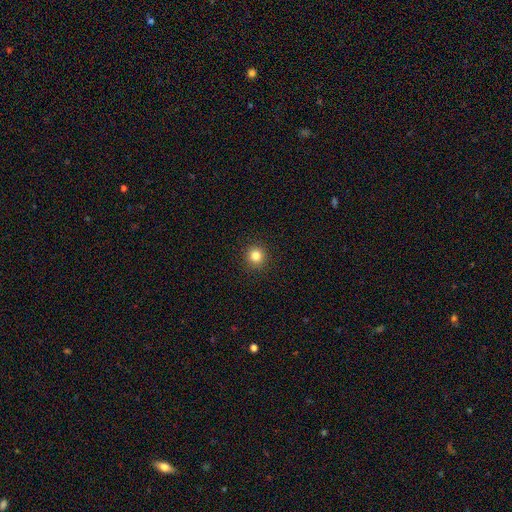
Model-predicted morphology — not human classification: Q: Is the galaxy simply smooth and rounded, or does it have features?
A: smooth — 82%.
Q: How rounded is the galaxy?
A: round — 94%.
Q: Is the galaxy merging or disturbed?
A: none — 92%.